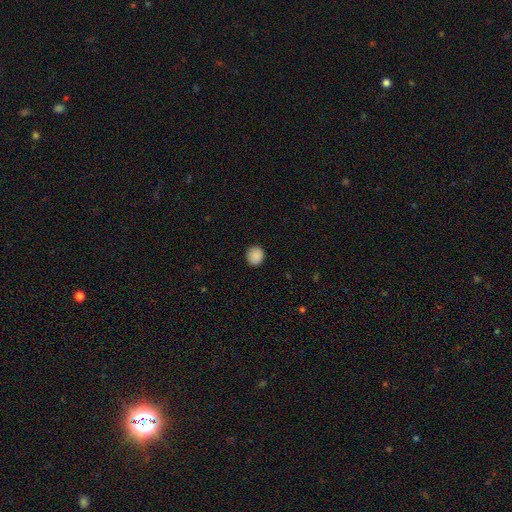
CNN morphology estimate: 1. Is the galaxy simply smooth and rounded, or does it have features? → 89% smooth, 9% star or artifact, 2% featured or disk.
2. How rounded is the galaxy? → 87% round, 12% in between, 1% cigar-shaped.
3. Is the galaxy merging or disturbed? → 90% none, 7% minor disturbance, 2% major disturbance, 1% merger.